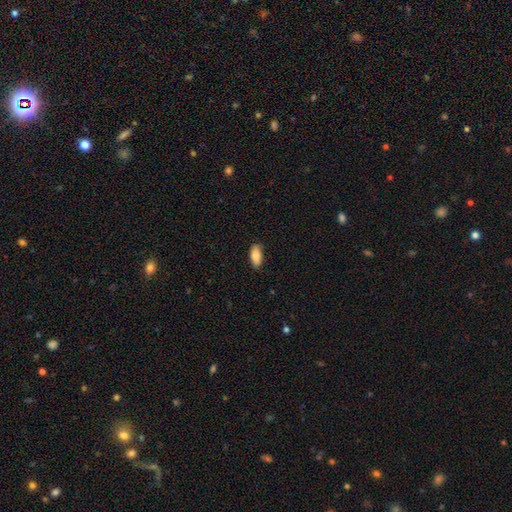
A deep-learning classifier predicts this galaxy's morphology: Overall: smooth (88%). How rounded: in between (88%). Merging: none (85%).